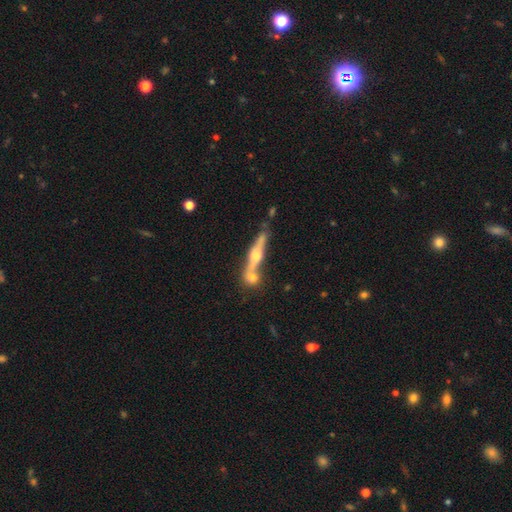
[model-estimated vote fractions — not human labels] This appears to be a featured or disk galaxy (71%) viewed edge-on (92%) with a rounded central bulge (91%). Merging: none (53%).